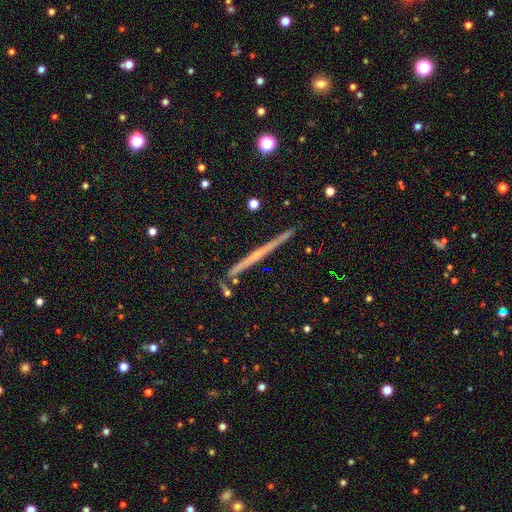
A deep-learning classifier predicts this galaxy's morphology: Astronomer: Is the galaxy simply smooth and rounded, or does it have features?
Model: featured or disk — 69%.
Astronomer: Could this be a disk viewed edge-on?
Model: yes — 98%.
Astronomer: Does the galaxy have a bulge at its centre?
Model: none — 71%.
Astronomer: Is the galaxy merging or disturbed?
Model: none — 90%.